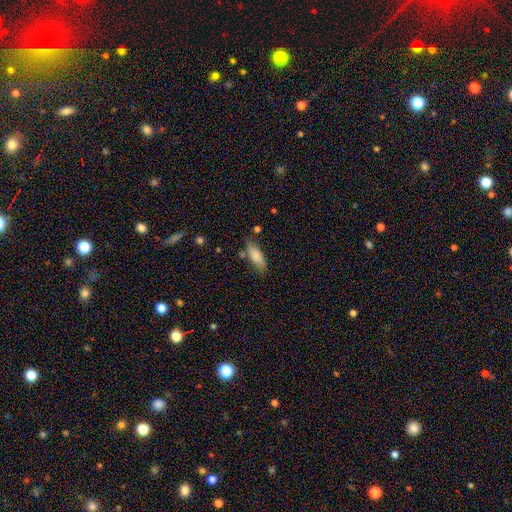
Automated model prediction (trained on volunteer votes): Morphology: type=smooth (83%); roundness=in between (71%); merging=none (69%).